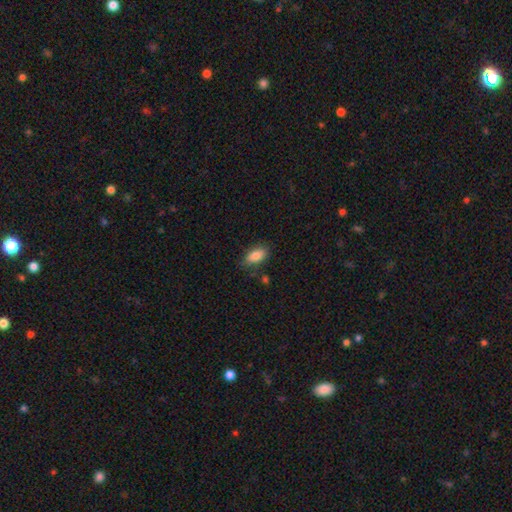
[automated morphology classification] Smooth or featured? Predicted: smooth (p=0.86). How rounded? Predicted: in between (p=0.91). Merging? Predicted: none (p=0.77).